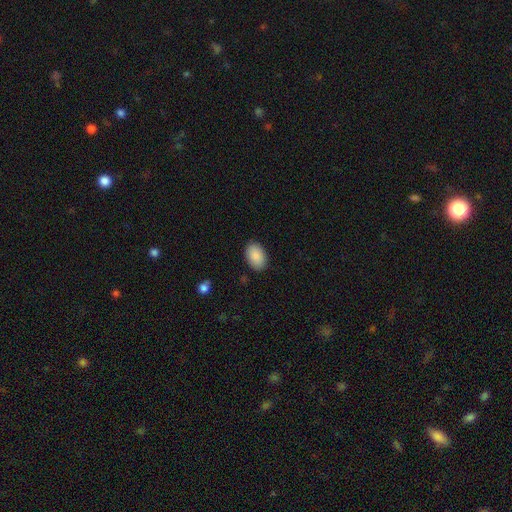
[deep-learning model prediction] Smooth or featured? smooth (90%)
How rounded? in between (89%)
Merging? none (88%)